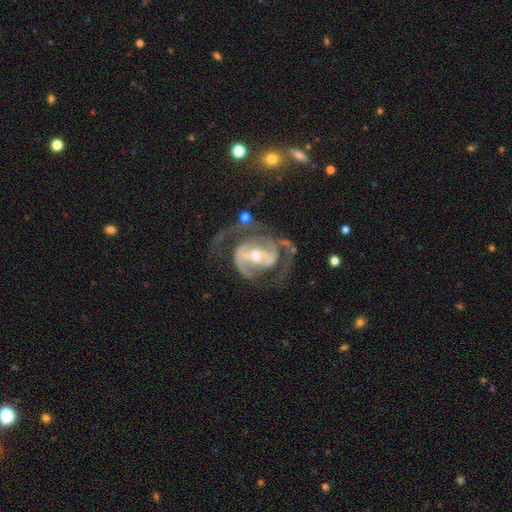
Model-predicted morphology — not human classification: Q: Smooth or featured?
A: featured or disk (88%); runner-up: smooth (7%)
Q: Edge-on disk?
A: no (97%); runner-up: yes (3%)
Q: Bar?
A: strong (44%); runner-up: weak (34%)
Q: Spiral arms?
A: yes (91%); runner-up: no (9%)
Q: Spiral winding?
A: medium (51%); runner-up: tight (26%)
Q: Spiral arm count?
A: 2 (78%); runner-up: can't tell (8%)
Q: Bulge size?
A: moderate (54%); runner-up: small (39%)
Q: Merging?
A: none (51%); runner-up: major disturbance (28%)